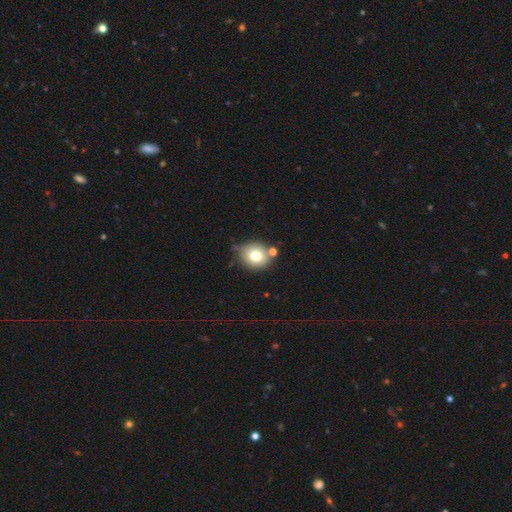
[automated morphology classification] Smooth or featured? Predicted: smooth (p=0.73). How rounded? Predicted: round (p=0.80). Merging? Predicted: none (p=0.72).